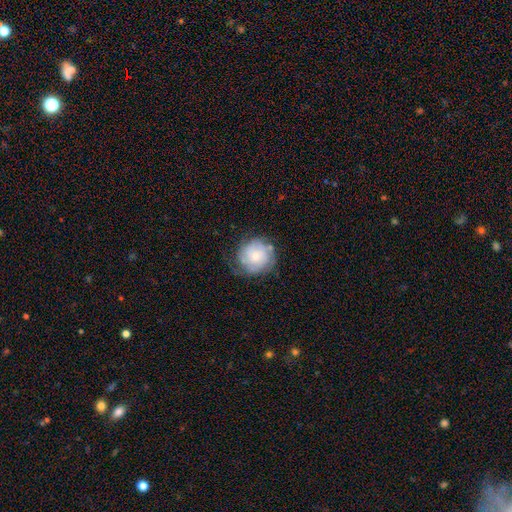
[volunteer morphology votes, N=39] This is likely a featured or disk galaxy (69%). It is clearly not viewed edge-on (100%). Bar: clearly no (81%). Spiral arm pattern: clearly yes (81%). Spiral arm count: possibly can't tell (50%). Spiral winding: likely tight (77%). Central bulge: possibly small (52%). Merging: possibly none (57%).